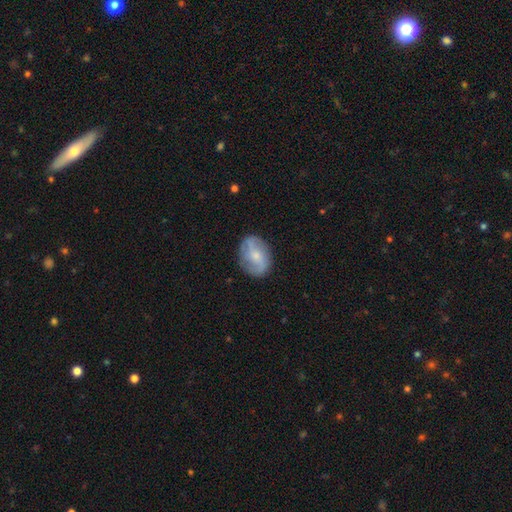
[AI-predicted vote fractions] featured or disk 62%, smooth 32%, star or artifact 7%. Down the decision tree: edge-on disk — no (96%); bar — no (43%); spiral arms — yes (84%); bulge size — small (60%); merging — none (77%).